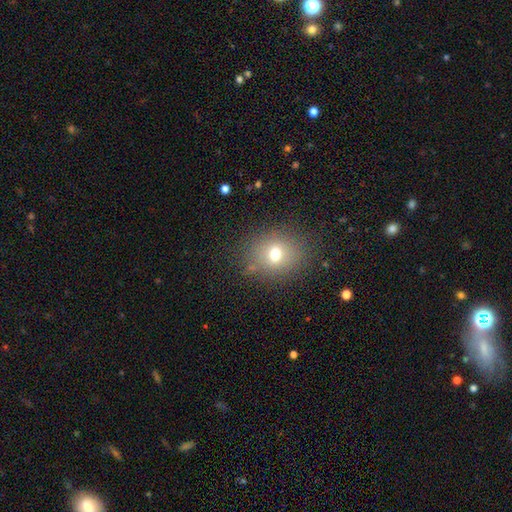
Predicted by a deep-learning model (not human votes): Smooth or featured? Predicted: smooth (p=0.65). How rounded? Predicted: round (p=0.66). Merging? Predicted: none (p=0.86).